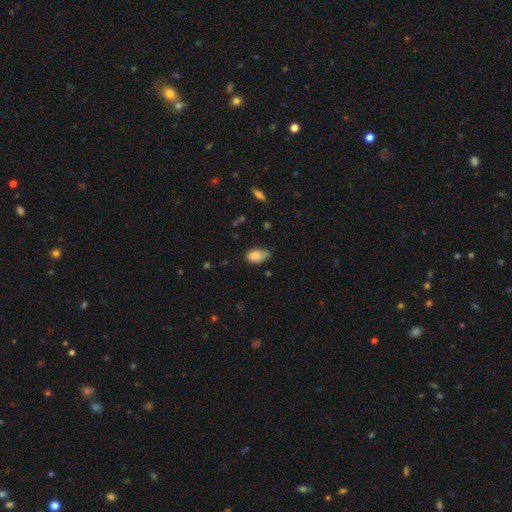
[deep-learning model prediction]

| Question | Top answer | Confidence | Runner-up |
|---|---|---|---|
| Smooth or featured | smooth | 85% | featured or disk (8%) |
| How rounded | in between | 90% | round (9%) |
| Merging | none | 50% | minor disturbance (38%) |